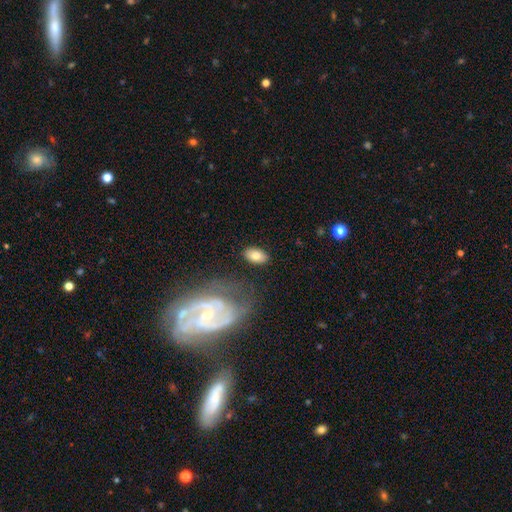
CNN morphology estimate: smooth 74%, featured or disk 18%, star or artifact 8%. Down the decision tree: how rounded — in between (90%); merging — none (82%).